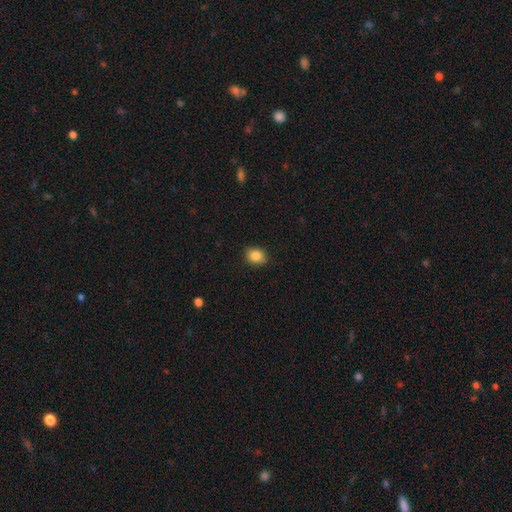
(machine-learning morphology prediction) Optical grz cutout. It shows a smooth galaxy with no disk features (86%) that is round (51%). Merging: none (86%).